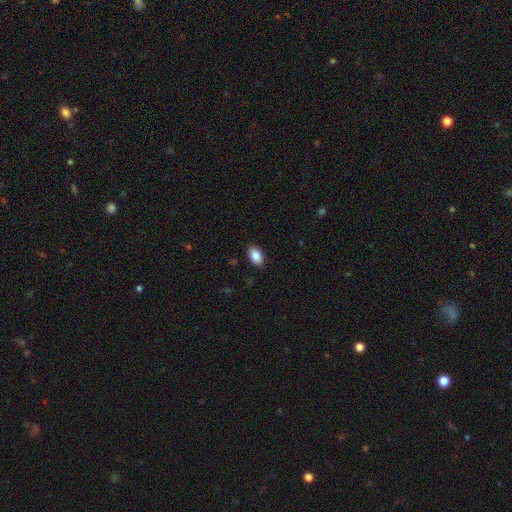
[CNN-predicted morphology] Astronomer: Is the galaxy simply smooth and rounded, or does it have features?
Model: smooth — 88%.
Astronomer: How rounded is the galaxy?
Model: in between — 91%.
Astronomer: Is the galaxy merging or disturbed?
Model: none — 89%.